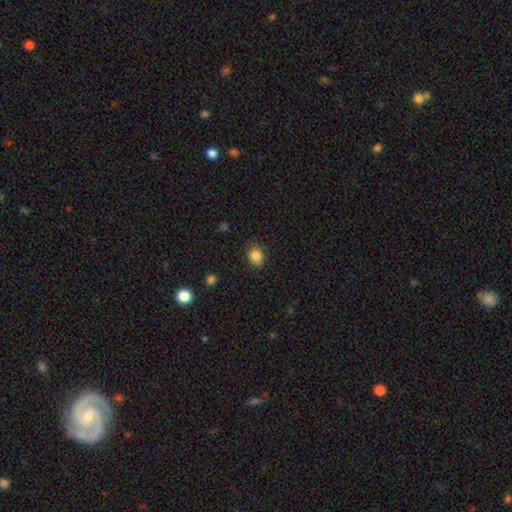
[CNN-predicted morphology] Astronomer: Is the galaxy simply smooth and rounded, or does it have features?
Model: smooth — 85%.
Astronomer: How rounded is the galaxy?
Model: round — 55% (runner-up: in between, 44%).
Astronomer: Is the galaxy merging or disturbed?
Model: none — 82%.